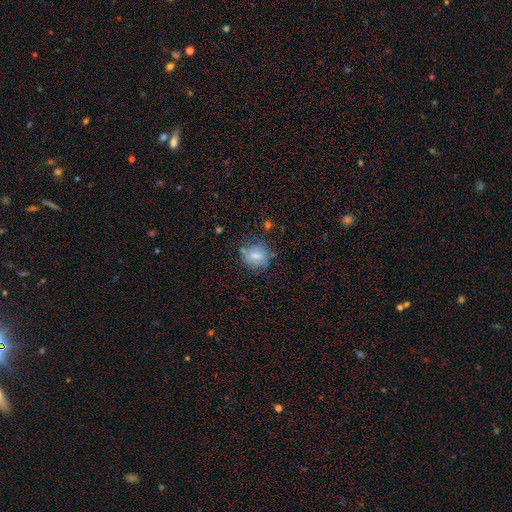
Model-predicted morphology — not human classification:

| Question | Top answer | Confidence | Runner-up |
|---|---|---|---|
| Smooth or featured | smooth | 72% | featured or disk (17%) |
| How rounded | round | 74% | in between (25%) |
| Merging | none | 69% | minor disturbance (20%) |